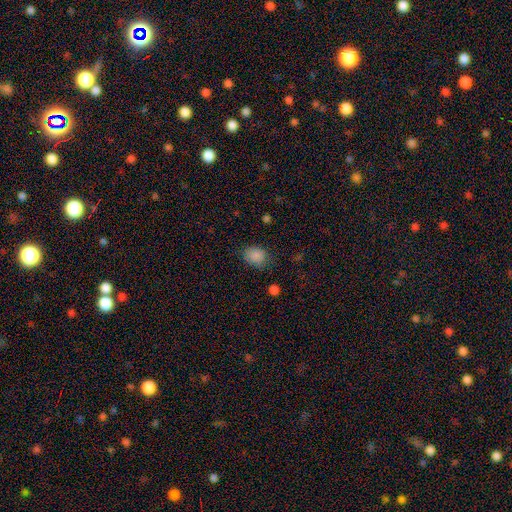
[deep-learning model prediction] This is clearly a smooth galaxy (85%). How rounded: possibly in between (52%). Merging: likely none (71%).